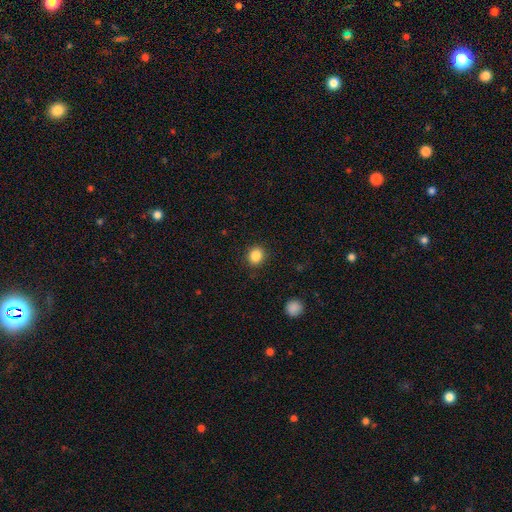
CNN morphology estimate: A smooth galaxy with no disk features (86%) that is round (81%). Merging: none (90%).